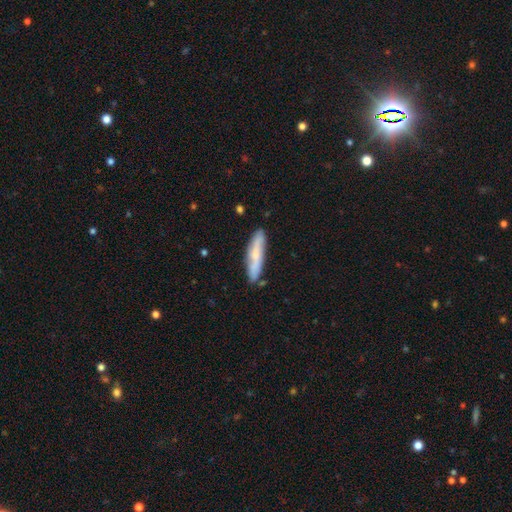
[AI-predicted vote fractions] A smooth galaxy with no disk features (54%) that is cigar-shaped (83%).

Vote fractions:
- Smooth or featured? smooth: 54% / featured or disk: 40% / star or artifact: 6%
- How rounded? cigar-shaped: 83% / in between: 16% / round: 2%
- Merging? none: 84% / minor disturbance: 12% / merger: 2% / major disturbance: 2%